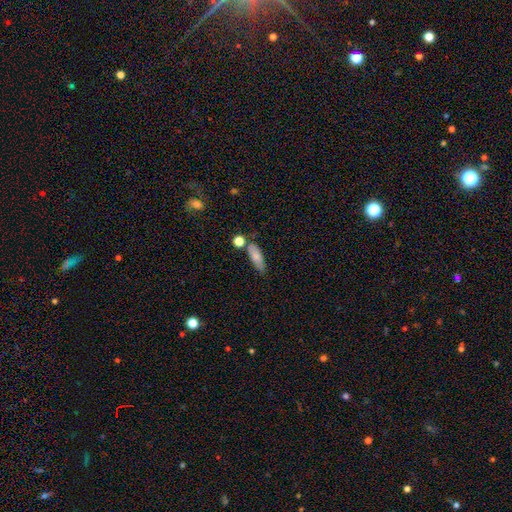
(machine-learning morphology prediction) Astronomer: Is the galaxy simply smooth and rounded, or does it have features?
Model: smooth — 76%.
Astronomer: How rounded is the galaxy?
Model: in between — 60% (runner-up: cigar-shaped, 37%).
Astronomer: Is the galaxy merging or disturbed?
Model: none — 65%.